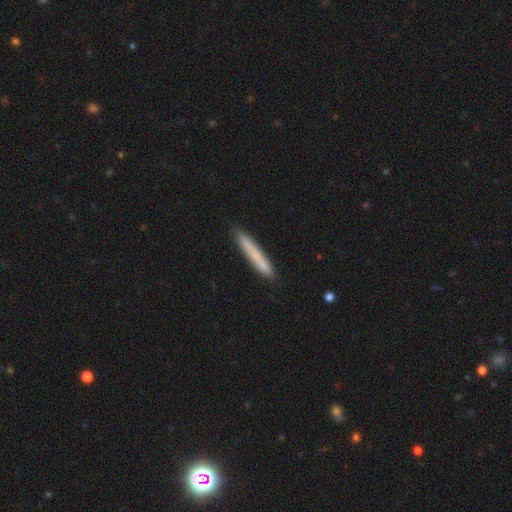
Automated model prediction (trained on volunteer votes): This is likely a smooth galaxy (74%). How rounded: clearly cigar-shaped (96%). Merging: clearly none (89%).